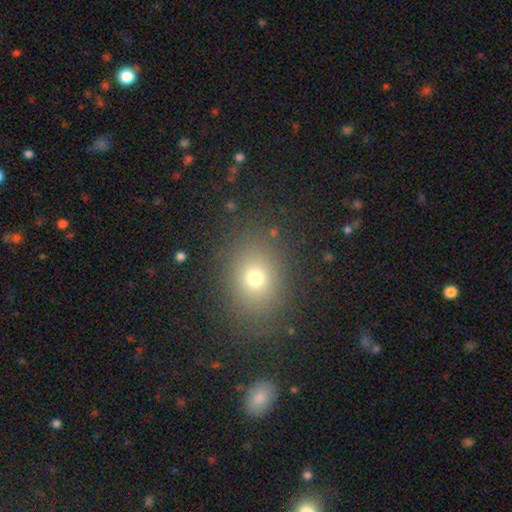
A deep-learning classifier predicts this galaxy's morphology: Q: Smooth or featured?
A: smooth (67%); runner-up: star or artifact (23%)
Q: How rounded?
A: in between (53%); runner-up: round (46%)
Q: Merging?
A: none (87%); runner-up: minor disturbance (8%)